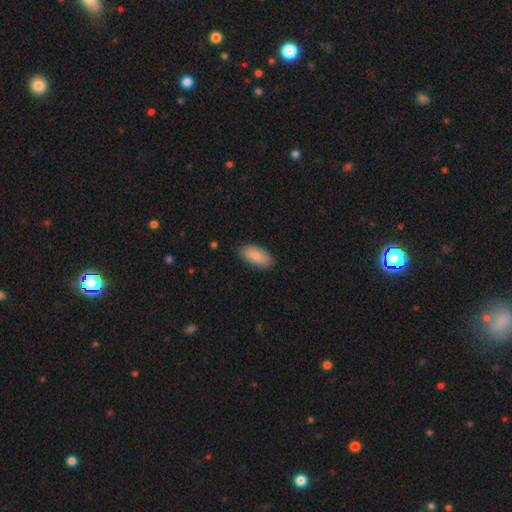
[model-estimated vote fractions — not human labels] smooth_or_featured: smooth (p=0.88) [alt: featured or disk p=0.06]
how_rounded: in between (p=0.90) [alt: cigar-shaped p=0.09]
merging: none (p=0.86) [alt: minor disturbance p=0.10]